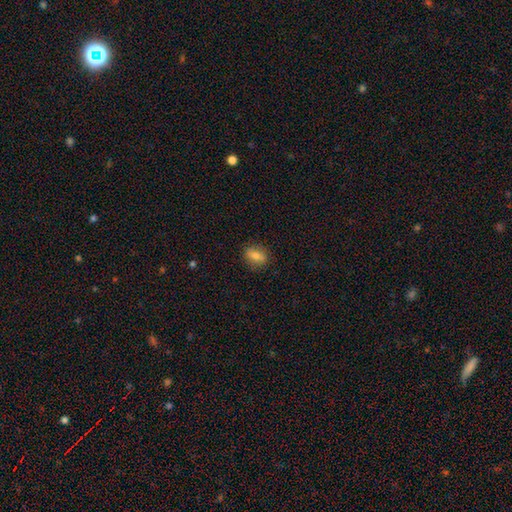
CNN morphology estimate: This is likely a smooth galaxy (78%). How rounded: likely in between (69%). Merging: clearly none (86%).